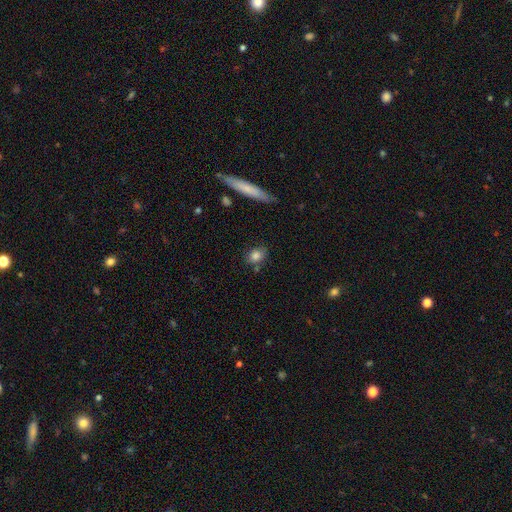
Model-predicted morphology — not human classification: A smooth galaxy with no disk features (82%) that is in between round and cigar-shaped (55%).

Vote fractions:
- Smooth or featured? smooth: 82% / star or artifact: 9% / featured or disk: 9%
- How rounded? in between: 55% / round: 42% / cigar-shaped: 4%
- Merging? none: 73% / minor disturbance: 17% / merger: 6% / major disturbance: 4%